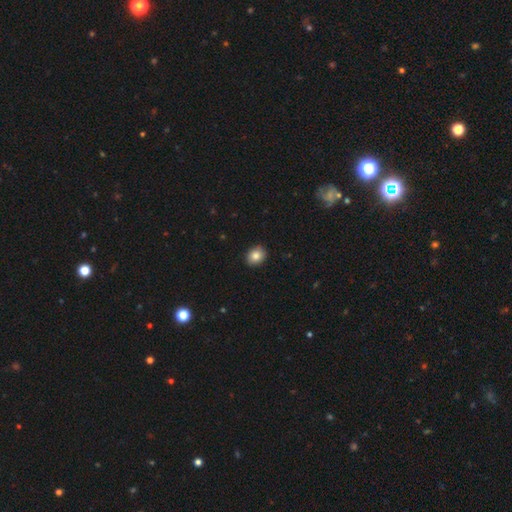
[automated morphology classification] A smooth galaxy with no disk features (84%) that is round (54%).

Vote fractions:
- Smooth or featured? smooth: 84% / star or artifact: 9% / featured or disk: 7%
- How rounded? round: 54% / in between: 45% / cigar-shaped: 1%
- Merging? none: 90% / minor disturbance: 8% / major disturbance: 2% / merger: 1%